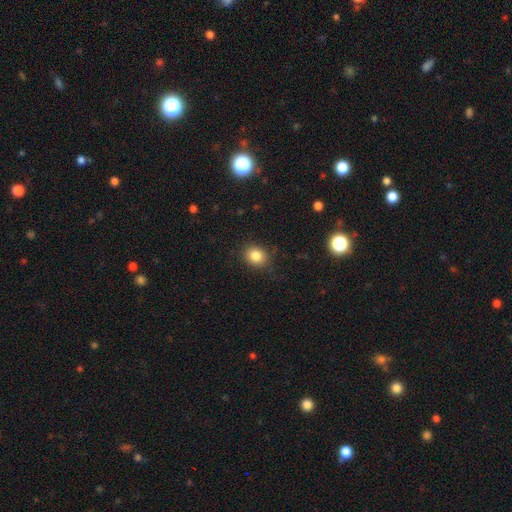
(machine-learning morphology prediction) Overall: smooth (83%). How rounded: round (62%; in between 37%). Merging: none (83%).